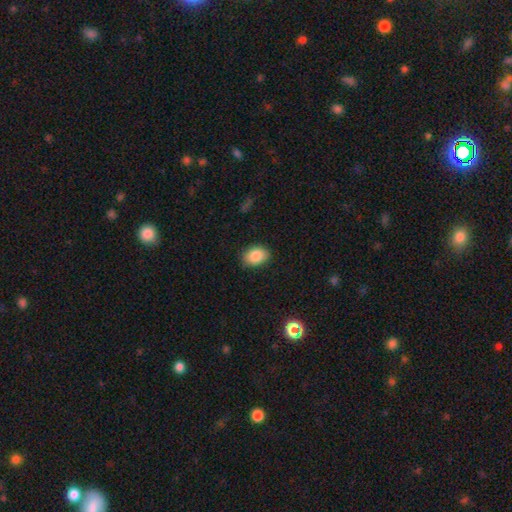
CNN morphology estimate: Overall: smooth (86%). How rounded: in between (78%). Merging: none (83%).